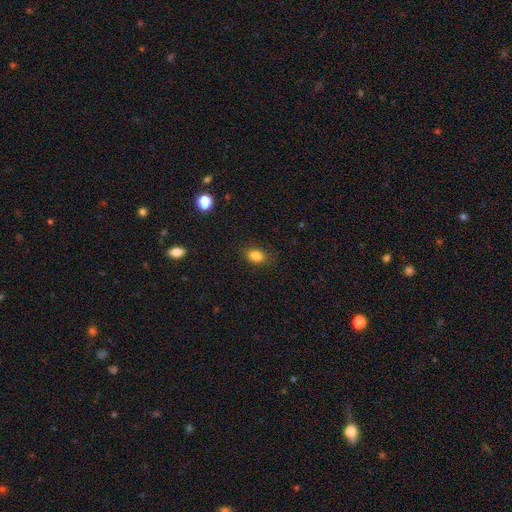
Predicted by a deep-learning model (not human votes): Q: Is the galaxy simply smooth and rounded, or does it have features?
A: smooth — 84%.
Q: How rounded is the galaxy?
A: in between — 77%.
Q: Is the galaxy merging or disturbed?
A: none — 85%.